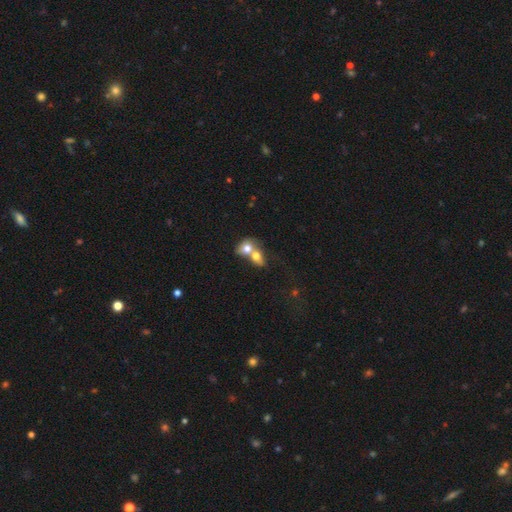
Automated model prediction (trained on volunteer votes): The model was most divided on "how rounded": in between: 61%, round: 37%, cigar-shaped: 2%. More confident: merging — merger (78%); smooth or featured — smooth (70%).